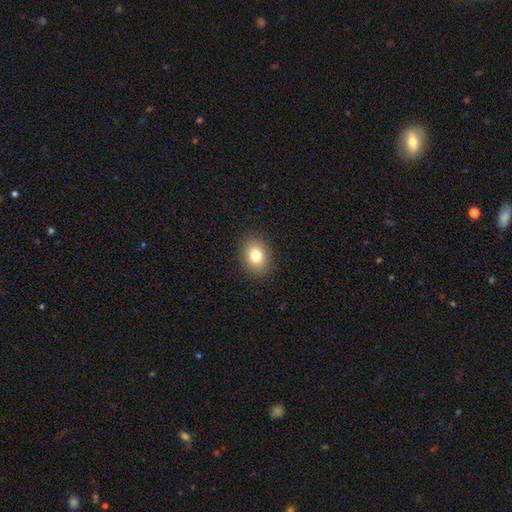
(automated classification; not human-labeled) smooth_or_featured: smooth (p=0.81) [alt: star or artifact p=0.10]
how_rounded: in between (p=0.60) [alt: round p=0.39]
merging: none (p=0.89) [alt: minor disturbance p=0.08]